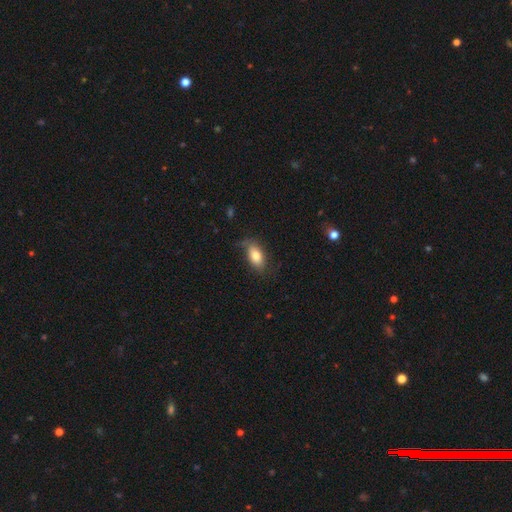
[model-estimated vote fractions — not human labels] The model was most divided on "merging": none: 67%, minor disturbance: 23%, major disturbance: 8%, merger: 2%. More confident: how rounded — in between (90%); smooth or featured — smooth (79%).